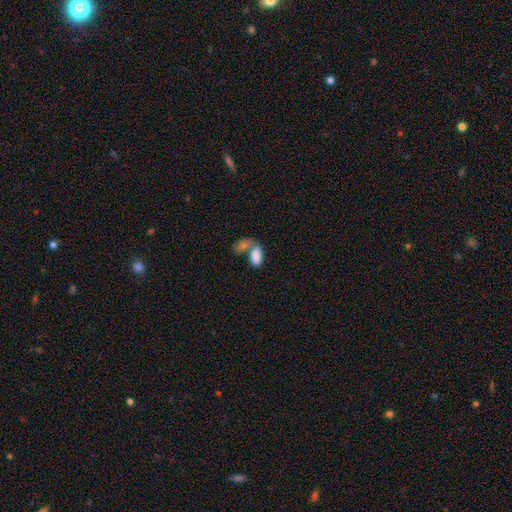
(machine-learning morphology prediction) smooth 84%, featured or disk 9%, star or artifact 7%. Down the decision tree: how rounded — in between (94%); merging — merger (58%).